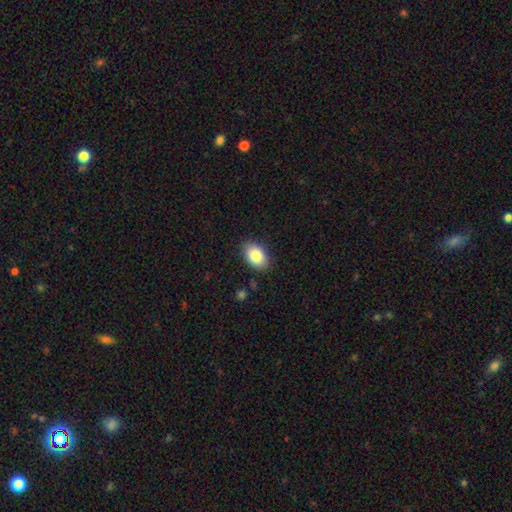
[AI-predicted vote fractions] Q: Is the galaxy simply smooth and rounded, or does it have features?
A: smooth — 84%.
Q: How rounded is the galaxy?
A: in between — 86%.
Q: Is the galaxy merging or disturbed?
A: none — 87%.